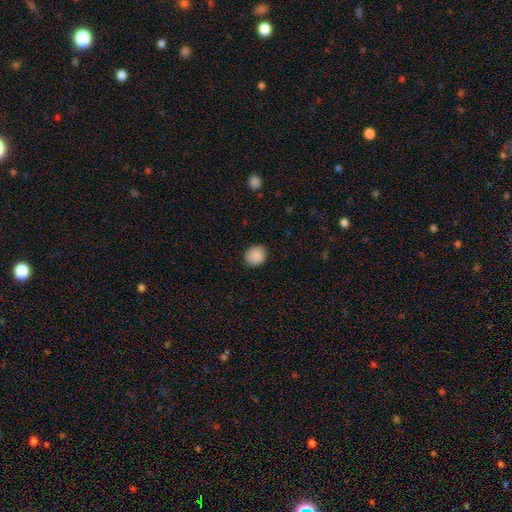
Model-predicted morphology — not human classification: smooth_or_featured: smooth (p=0.89) [alt: star or artifact p=0.08]
how_rounded: round (p=0.77) [alt: in between p=0.23]
merging: none (p=0.87) [alt: minor disturbance p=0.10]